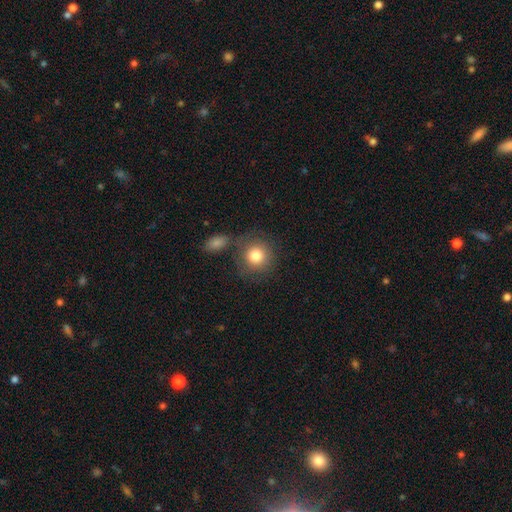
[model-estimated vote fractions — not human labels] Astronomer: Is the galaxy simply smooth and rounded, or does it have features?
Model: smooth — 82%.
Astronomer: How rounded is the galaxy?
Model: round — 89%.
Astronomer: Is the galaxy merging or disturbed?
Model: none — 69%.